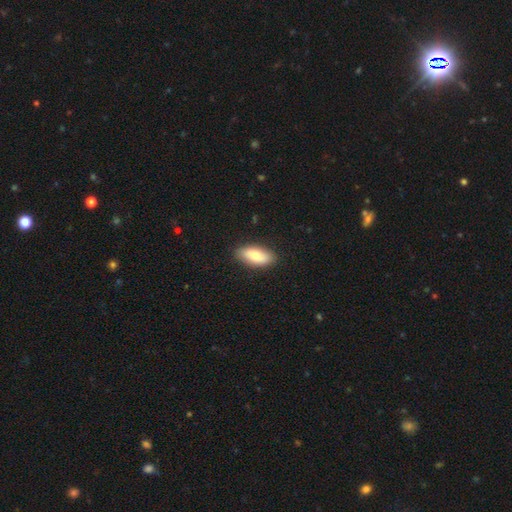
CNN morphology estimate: smooth_or_featured: smooth (p=0.76) [alt: featured or disk p=0.18]
how_rounded: in between (p=0.89) [alt: cigar-shaped p=0.08]
merging: none (p=0.87) [alt: minor disturbance p=0.10]